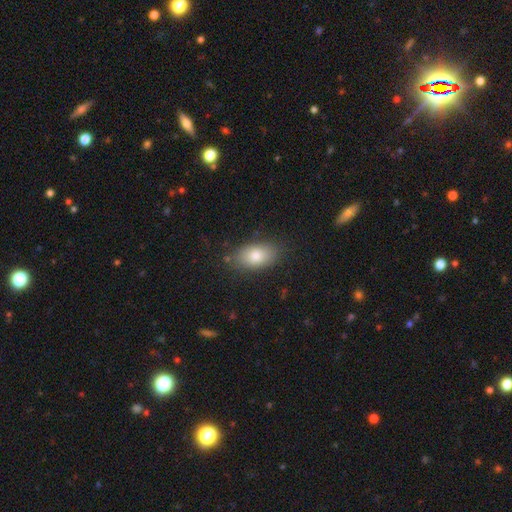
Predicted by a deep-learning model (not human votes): Smooth or featured? Predicted: smooth (p=0.81). How rounded? Predicted: in between (p=0.90). Merging? Predicted: none (p=0.82).